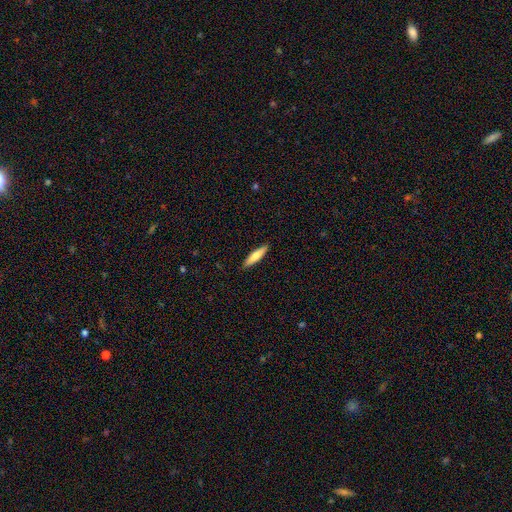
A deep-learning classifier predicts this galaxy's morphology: A smooth galaxy with no disk features (71%) that is cigar-shaped (77%). Merging: none (90%).